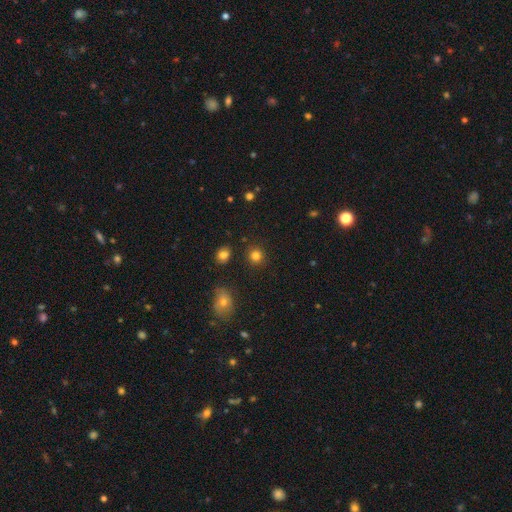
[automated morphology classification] smooth 82%, star or artifact 13%, featured or disk 5%. Down the decision tree: how rounded — round (90%); merging — none (89%).